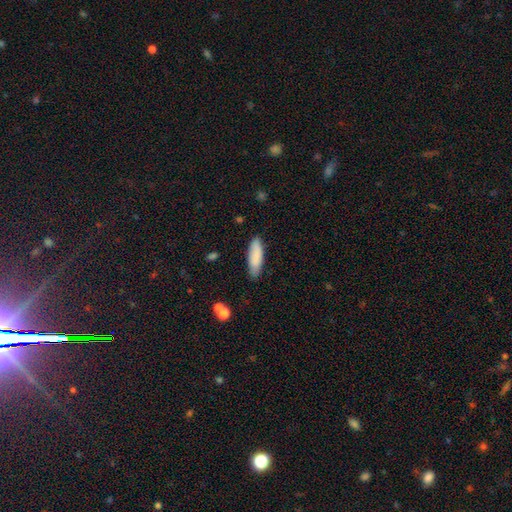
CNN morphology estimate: Overall: smooth (86%). How rounded: in between (54%; cigar-shaped 45%). Merging: none (80%).